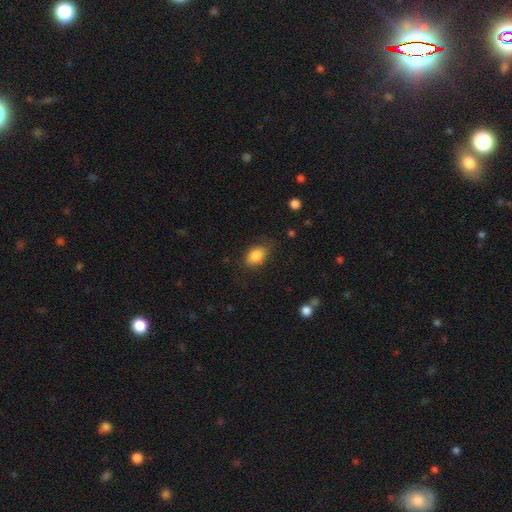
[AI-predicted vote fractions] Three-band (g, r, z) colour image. It shows a smooth galaxy with no disk features (86%) that is in between round and cigar-shaped (82%). Merging: none (76%).